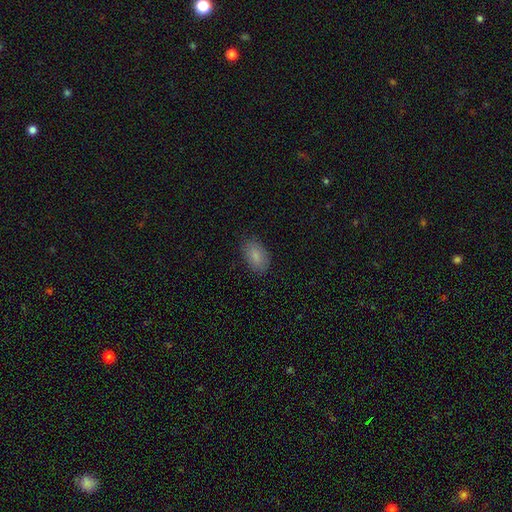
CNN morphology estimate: smooth-or-featured: smooth: 85% | star or artifact: 8% | featured or disk: 7%
  how-rounded: in between: 91% | round: 7% | cigar-shaped: 2%
  merging: none: 84% | minor disturbance: 12% | major disturbance: 3% | merger: 1%